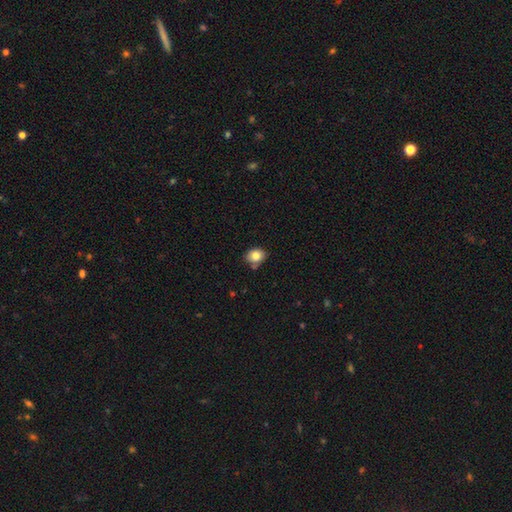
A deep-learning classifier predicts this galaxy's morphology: This appears to be a smooth galaxy with no disk features (81%) that is in between round and cigar-shaped (52%). Merging: none (68%).